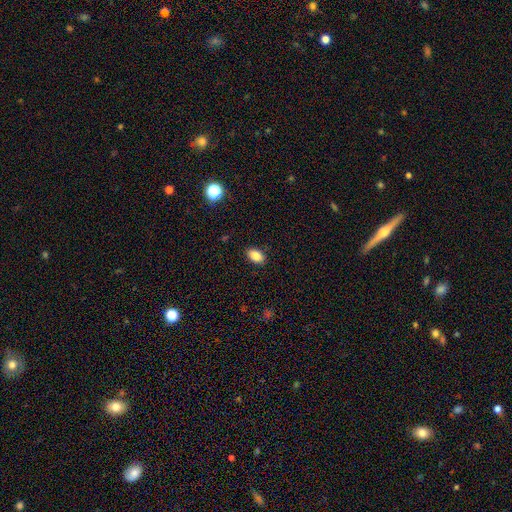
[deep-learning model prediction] Q: Smooth or featured?
A: smooth (85%); runner-up: star or artifact (9%)
Q: How rounded?
A: in between (89%); runner-up: round (9%)
Q: Merging?
A: none (88%); runner-up: minor disturbance (8%)